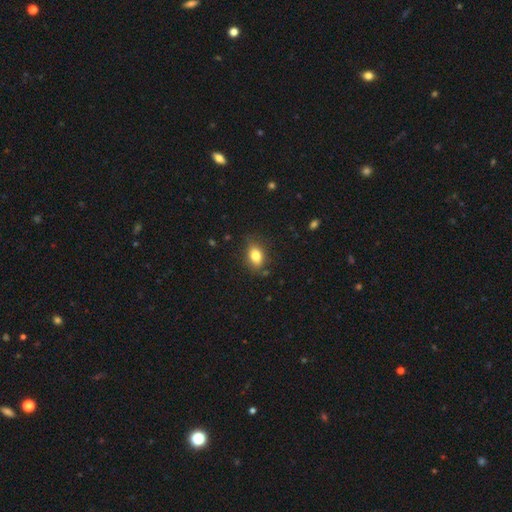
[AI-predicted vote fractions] Morphology: type=smooth (82%); roundness=in between (81%); merging=none (80%).